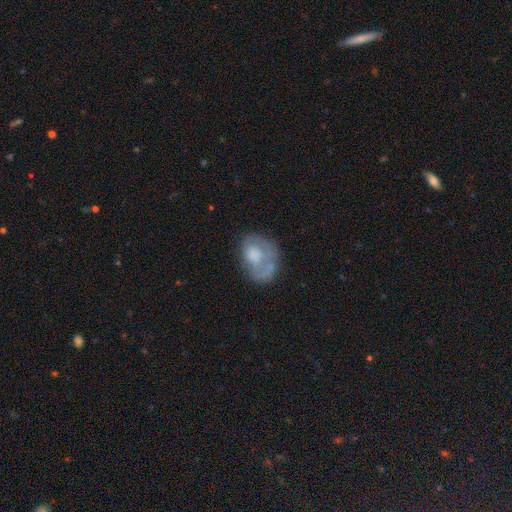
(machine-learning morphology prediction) smooth 48%, featured or disk 44%, star or artifact 8%. Down the decision tree: merging — none (40%).